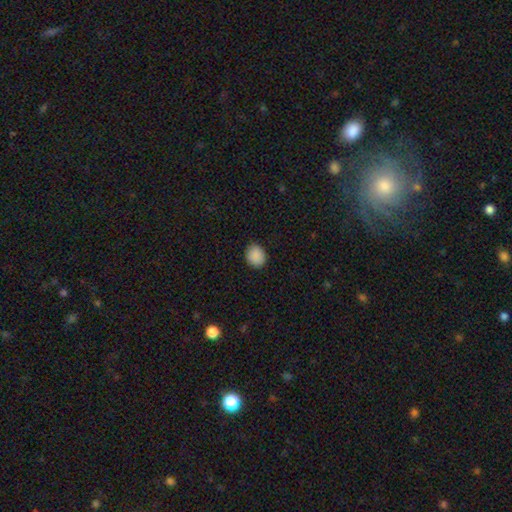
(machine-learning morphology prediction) Smooth or featured: smooth — 89% (star or artifact — 8%)
How rounded: round — 63% (in between — 36%)
Merging: none — 87% (minor disturbance — 10%)